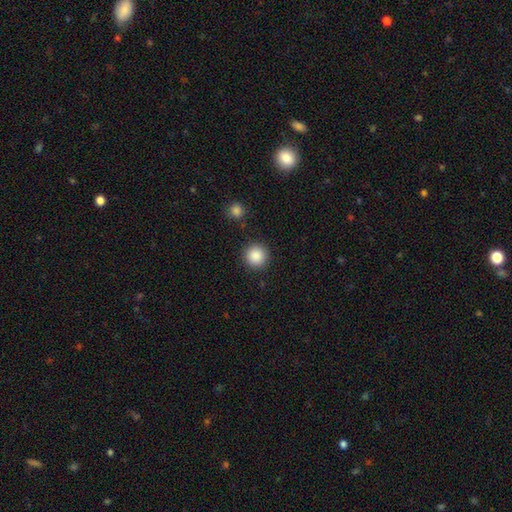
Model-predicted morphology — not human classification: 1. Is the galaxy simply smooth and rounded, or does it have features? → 87% smooth, 9% star or artifact, 3% featured or disk.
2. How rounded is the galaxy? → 95% round, 4% in between, 1% cigar-shaped.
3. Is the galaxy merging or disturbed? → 90% none, 6% minor disturbance, 2% major disturbance, 2% merger.